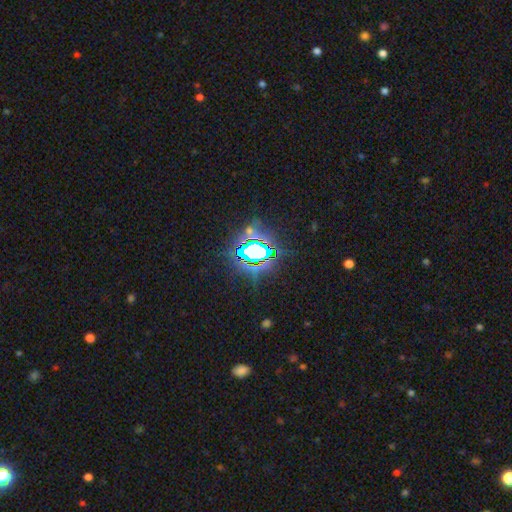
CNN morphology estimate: The model was most divided on "smooth or featured": star or artifact: 76%, smooth: 14%, featured or disk: 10%.